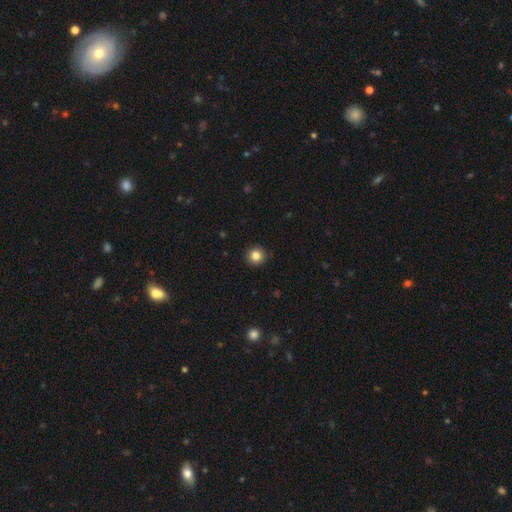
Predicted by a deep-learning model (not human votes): Overall: smooth (84%). How rounded: round (95%). Merging: none (92%).